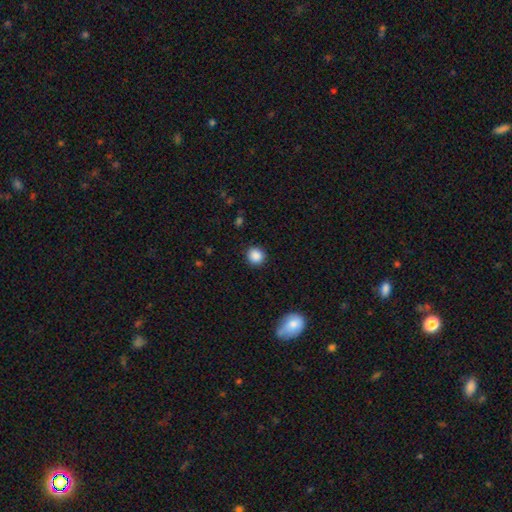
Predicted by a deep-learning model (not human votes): A smooth galaxy with no disk features (88%) that is round (91%).

Vote fractions:
- Smooth or featured? smooth: 88% / star or artifact: 9% / featured or disk: 3%
- How rounded? round: 91% / in between: 8% / cigar-shaped: 1%
- Merging? none: 90% / minor disturbance: 6% / major disturbance: 2% / merger: 1%